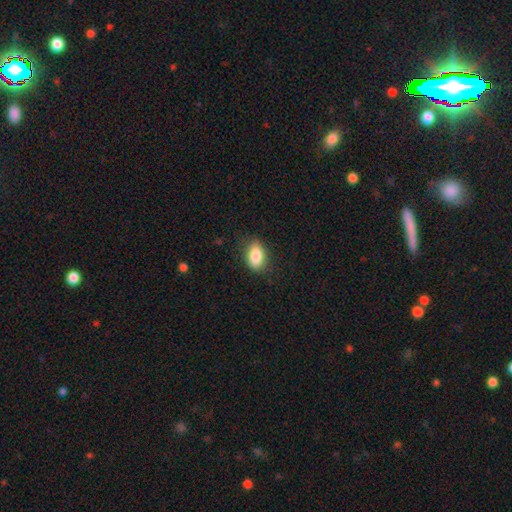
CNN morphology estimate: This is clearly a smooth galaxy (84%). How rounded: clearly in between (86%). Merging: clearly none (82%).